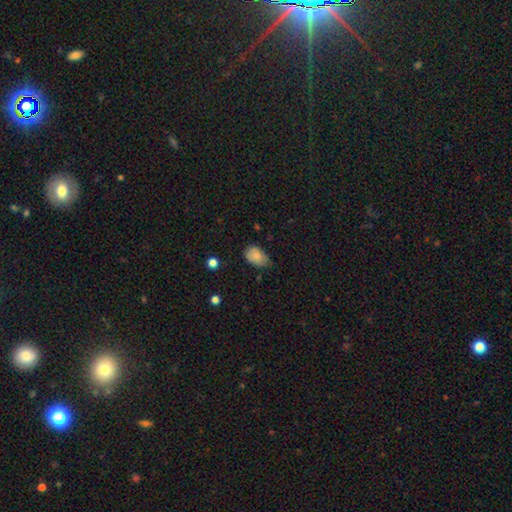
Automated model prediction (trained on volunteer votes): This appears to be a smooth galaxy with no disk features (79%) that is in between round and cigar-shaped (86%). Merging: none (57%).